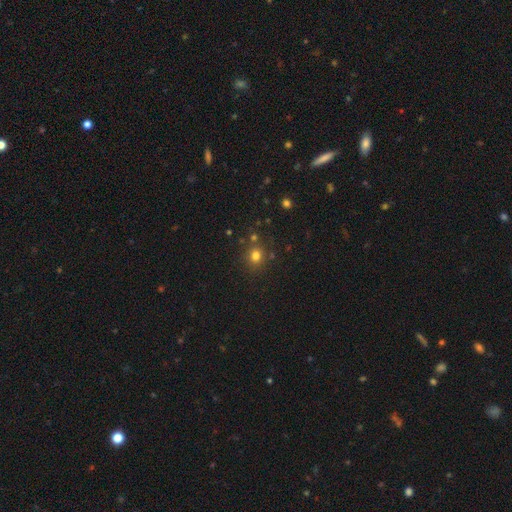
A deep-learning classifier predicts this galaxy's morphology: smooth-or-featured: smooth: 77% | star or artifact: 17% | featured or disk: 6%
  how-rounded: round: 82% | in between: 17% | cigar-shaped: 1%
  merging: none: 80% | minor disturbance: 10% | merger: 7% | major disturbance: 3%